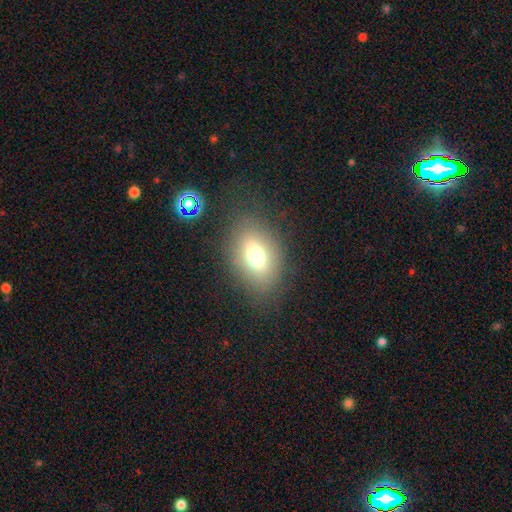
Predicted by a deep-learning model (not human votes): smooth_or_featured: smooth (p=0.69) [alt: featured or disk p=0.16]
how_rounded: in between (p=0.75) [alt: round p=0.23]
merging: none (p=0.79) [alt: minor disturbance p=0.12]